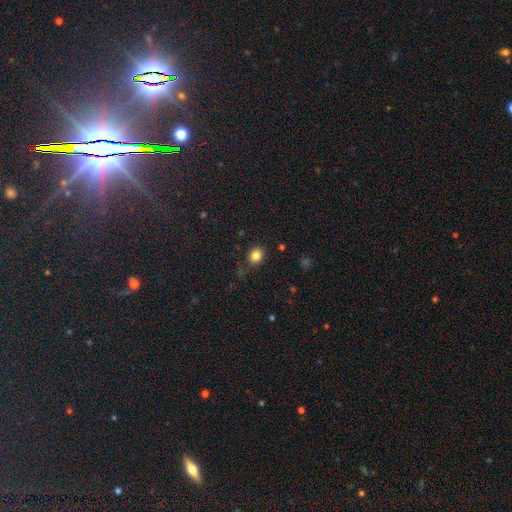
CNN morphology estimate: Q: Smooth or featured?
A: smooth (83%); runner-up: star or artifact (12%)
Q: How rounded?
A: round (64%); runner-up: in between (35%)
Q: Merging?
A: none (81%); runner-up: minor disturbance (14%)